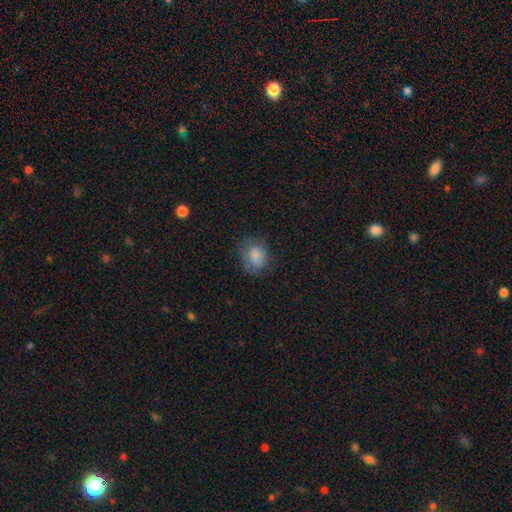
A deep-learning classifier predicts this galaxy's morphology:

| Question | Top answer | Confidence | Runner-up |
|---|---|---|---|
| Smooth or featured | smooth | 75% | featured or disk (16%) |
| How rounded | round | 52% | in between (47%) |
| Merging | none | 61% | minor disturbance (25%) |